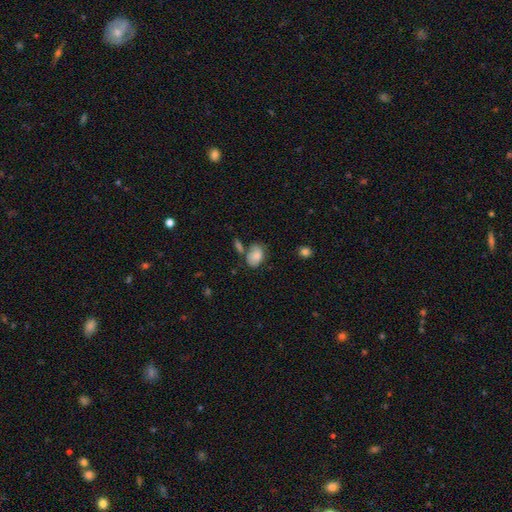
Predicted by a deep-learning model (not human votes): This appears to be a smooth galaxy with no disk features (79%) that is in between round and cigar-shaped (83%). Merging: none (48%).